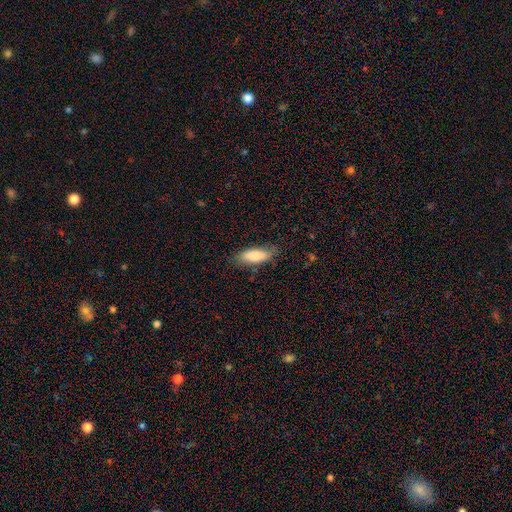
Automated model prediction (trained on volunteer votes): Smooth or featured?
  - smooth: 78% *
  - featured or disk: 16%
  - star or artifact: 6%
How rounded?
  - in between: 66% *
  - cigar-shaped: 32%
  - round: 2%
Merging?
  - none: 79% *
  - minor disturbance: 17%
  - major disturbance: 3%
  - merger: 1%